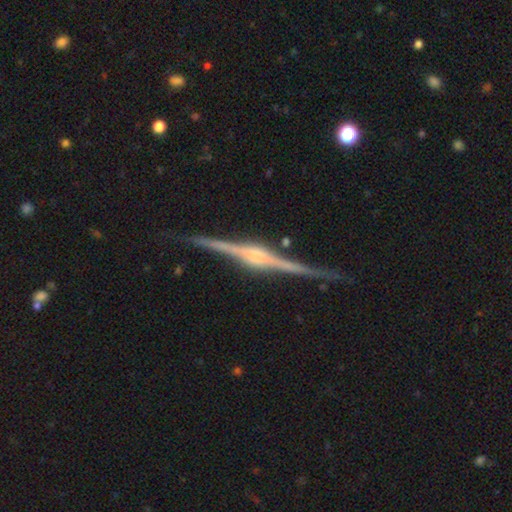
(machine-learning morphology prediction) This appears to be a featured or disk galaxy (91%) viewed edge-on (98%) with a rounded central bulge (74%). Merging: none (88%).